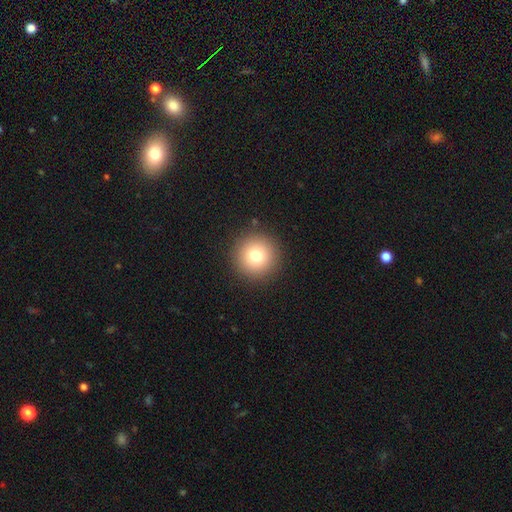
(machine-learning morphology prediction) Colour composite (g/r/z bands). It shows a smooth galaxy with no disk features (78%) that is round (96%). Merging: none (91%).